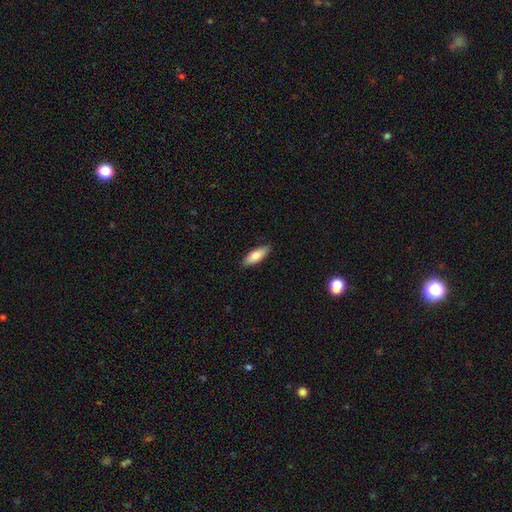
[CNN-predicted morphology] A smooth galaxy with no disk features (81%) that is in between round and cigar-shaped (64%). Merging: none (86%).